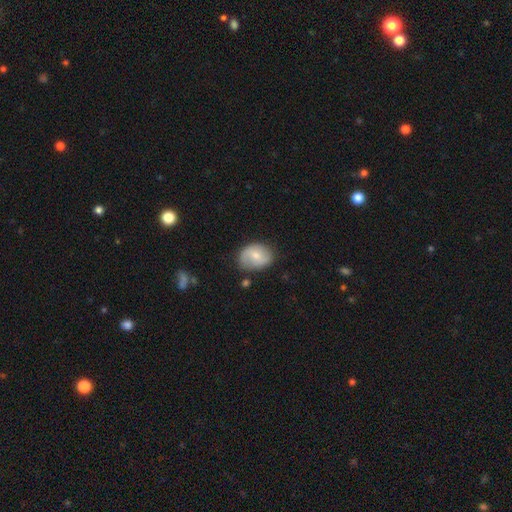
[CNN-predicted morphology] smooth 64%, featured or disk 29%, star or artifact 7%. Down the decision tree: how rounded — in between (66%); merging — none (67%).